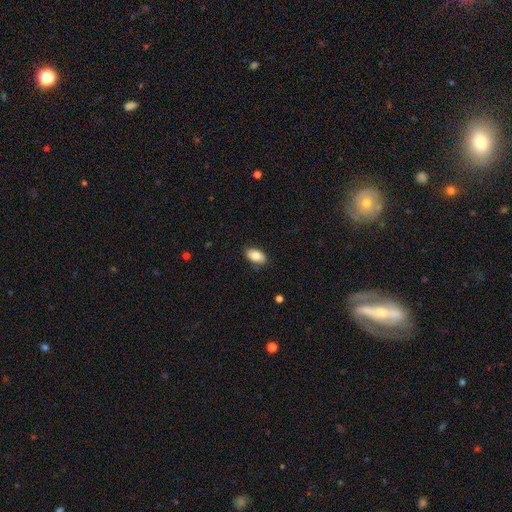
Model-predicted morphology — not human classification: This is clearly a smooth galaxy (82%). How rounded: clearly in between (93%). Merging: clearly none (83%).